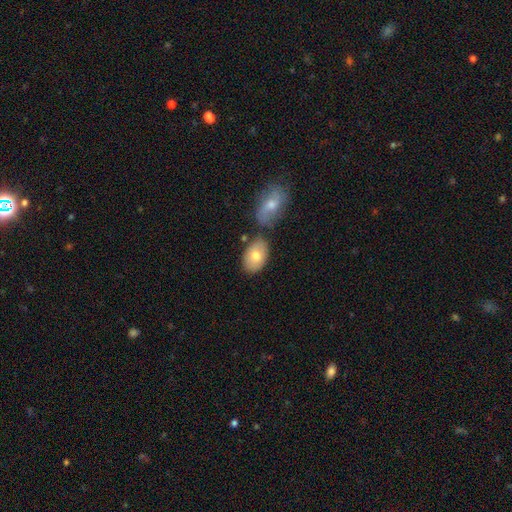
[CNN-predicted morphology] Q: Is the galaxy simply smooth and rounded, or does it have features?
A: smooth — 74%.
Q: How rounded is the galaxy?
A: in between — 89%.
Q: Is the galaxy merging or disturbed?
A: none — 65%.